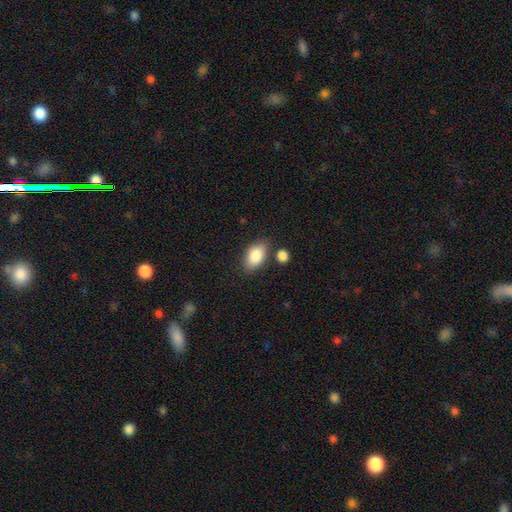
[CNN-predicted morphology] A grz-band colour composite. It shows a smooth galaxy with no disk features (86%) that is in between round and cigar-shaped (91%). Merging: none (74%).